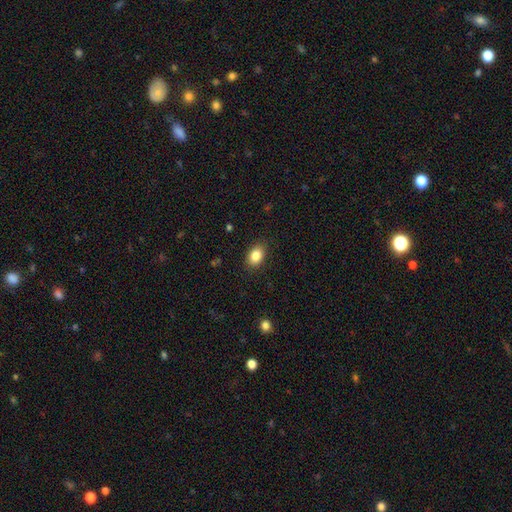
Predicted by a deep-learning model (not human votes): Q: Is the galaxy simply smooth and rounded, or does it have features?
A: smooth — 85%.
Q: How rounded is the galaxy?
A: in between — 78%.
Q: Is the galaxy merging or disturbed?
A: none — 87%.